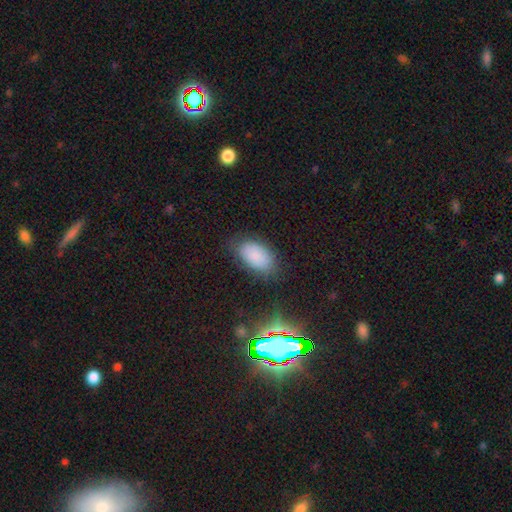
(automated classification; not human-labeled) Smooth or featured?
  - smooth: 82% *
  - star or artifact: 12%
  - featured or disk: 6%
How rounded?
  - in between: 94% *
  - round: 5%
  - cigar-shaped: 2%
Merging?
  - none: 78% *
  - minor disturbance: 16%
  - major disturbance: 5%
  - merger: 2%